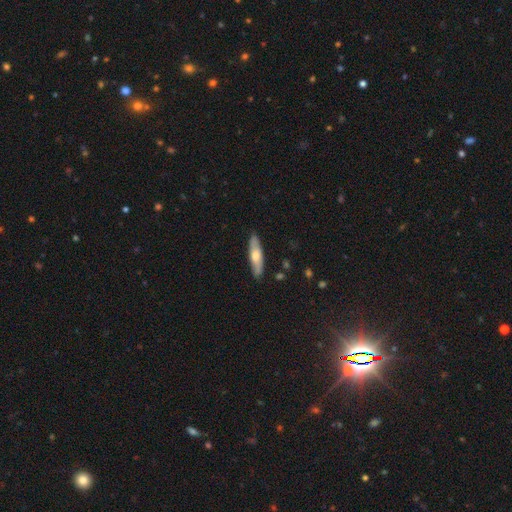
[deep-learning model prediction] smooth_or_featured: smooth (p=0.57) [alt: featured or disk p=0.37]
how_rounded: cigar-shaped (p=0.70) [alt: in between p=0.28]
merging: none (p=0.87) [alt: minor disturbance p=0.10]